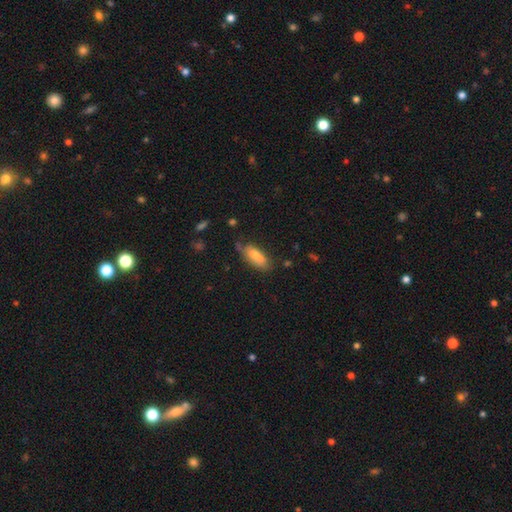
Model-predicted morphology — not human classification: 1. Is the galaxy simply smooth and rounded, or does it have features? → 68% smooth, 24% featured or disk, 8% star or artifact.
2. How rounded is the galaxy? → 80% in between, 17% cigar-shaped, 3% round.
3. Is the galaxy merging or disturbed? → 50% none, 27% minor disturbance, 14% merger, 9% major disturbance.